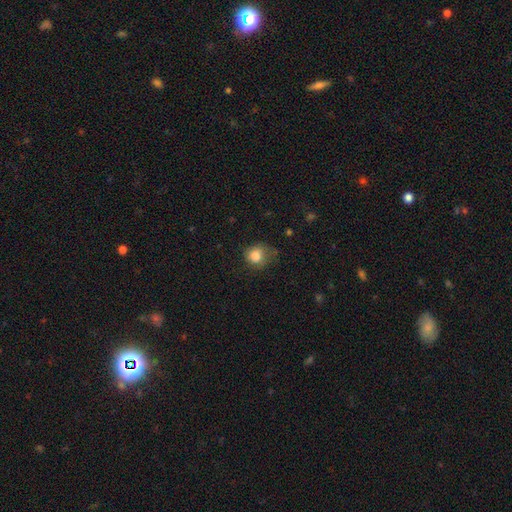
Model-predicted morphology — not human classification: Smooth or featured?
  - smooth: 83% *
  - star or artifact: 10%
  - featured or disk: 7%
How rounded?
  - round: 78% *
  - in between: 21%
  - cigar-shaped: 1%
Merging?
  - none: 56% *
  - minor disturbance: 30%
  - major disturbance: 12%
  - merger: 2%